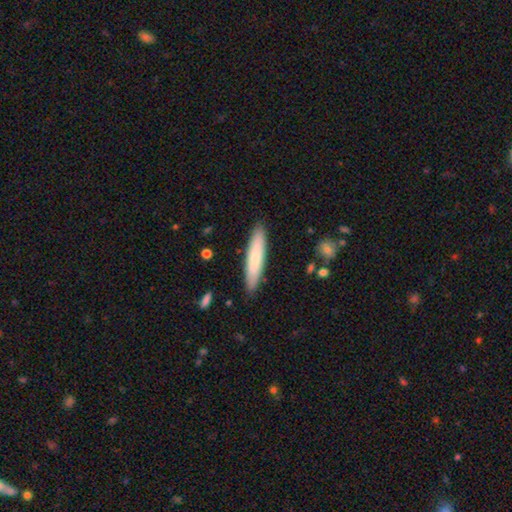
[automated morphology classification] smooth_or_featured: smooth (p=0.73) [alt: featured or disk p=0.21]
how_rounded: cigar-shaped (p=0.86) [alt: in between p=0.13]
merging: none (p=0.89) [alt: minor disturbance p=0.08]